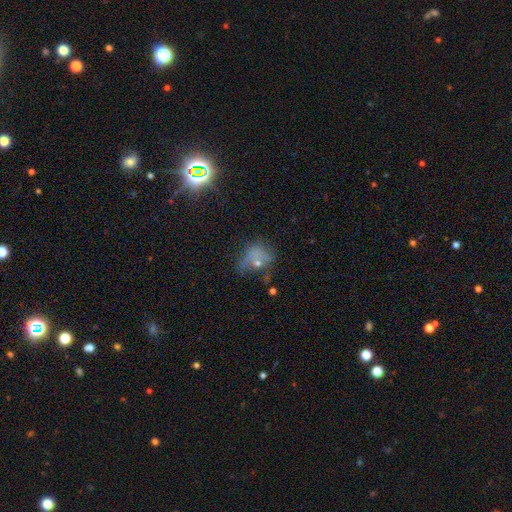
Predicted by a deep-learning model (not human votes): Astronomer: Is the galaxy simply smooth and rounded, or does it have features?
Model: smooth — 47% (runner-up: star or artifact, 27%).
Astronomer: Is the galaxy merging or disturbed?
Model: none — 33%, tied with major disturbance at 33%.